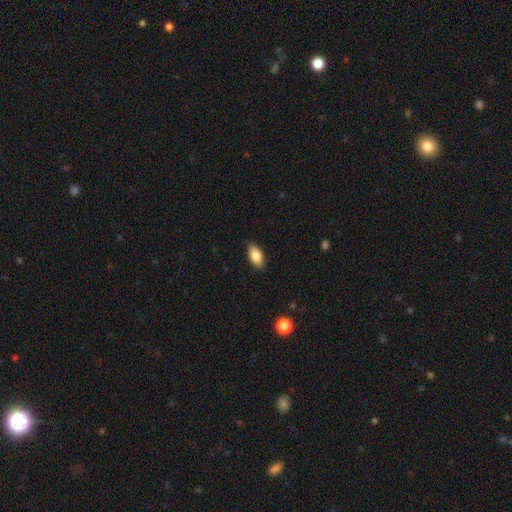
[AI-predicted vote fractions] A smooth galaxy with no disk features (83%) that is in between round and cigar-shaped (90%). Merging: none (86%).